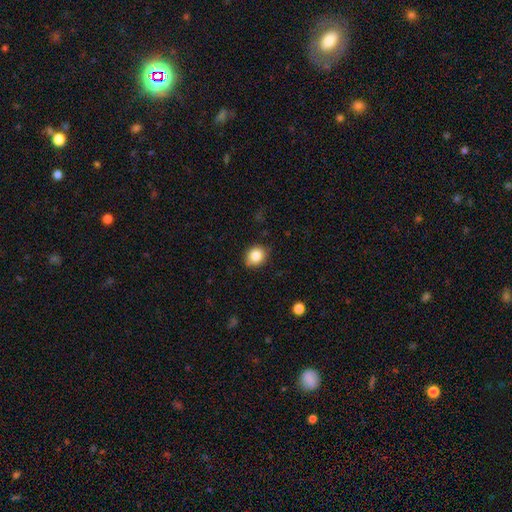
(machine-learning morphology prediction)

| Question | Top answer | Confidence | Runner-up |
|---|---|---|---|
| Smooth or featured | smooth | 84% | star or artifact (10%) |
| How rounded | round | 66% | in between (33%) |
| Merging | none | 85% | minor disturbance (12%) |